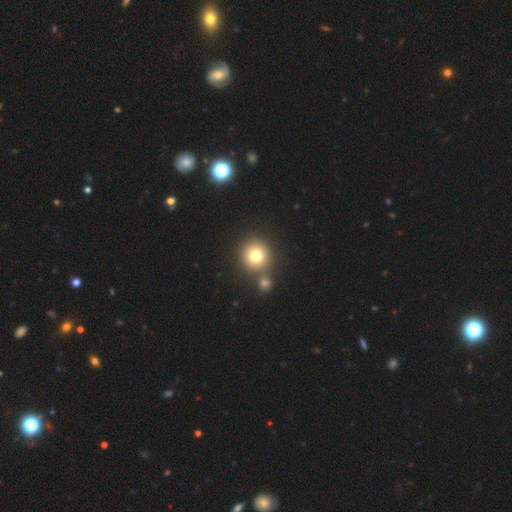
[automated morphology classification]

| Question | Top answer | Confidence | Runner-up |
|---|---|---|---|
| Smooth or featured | smooth | 76% | star or artifact (14%) |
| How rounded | round | 94% | in between (6%) |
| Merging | none | 72% | merger (19%) |